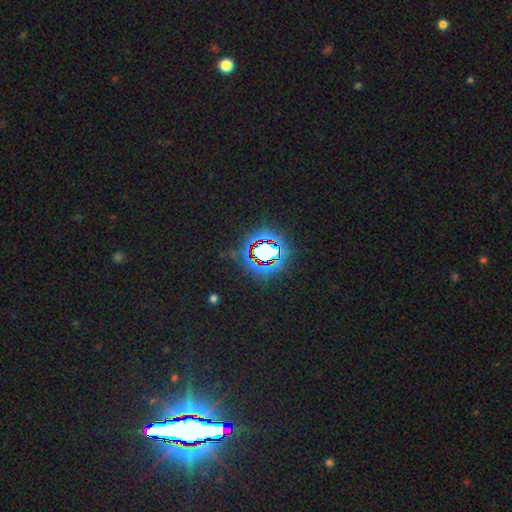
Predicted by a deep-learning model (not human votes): Smooth or featured?
  - star or artifact: 84% *
  - smooth: 8%
  - featured or disk: 7%